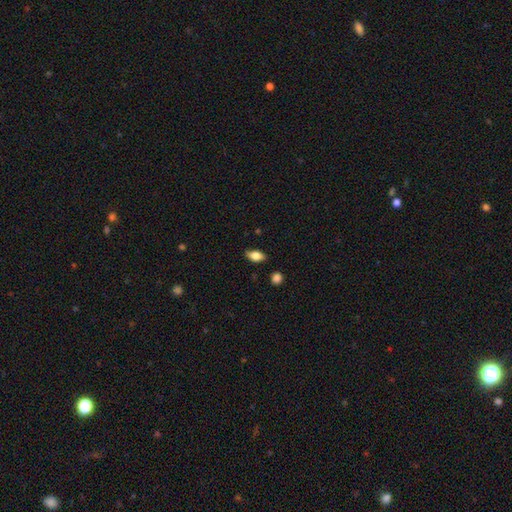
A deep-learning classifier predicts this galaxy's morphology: smooth-or-featured: smooth: 77% | featured or disk: 15% | star or artifact: 8%
  how-rounded: in between: 88% | cigar-shaped: 7% | round: 6%
  merging: none: 83% | minor disturbance: 12% | major disturbance: 2% | merger: 2%